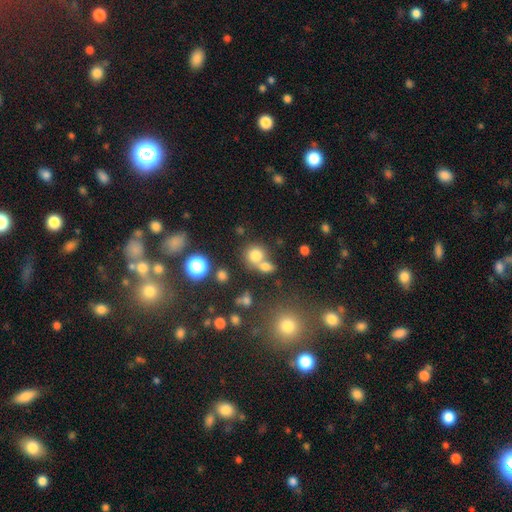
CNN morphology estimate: type=smooth (75%); roundness=round (80%); merging=none (46%).